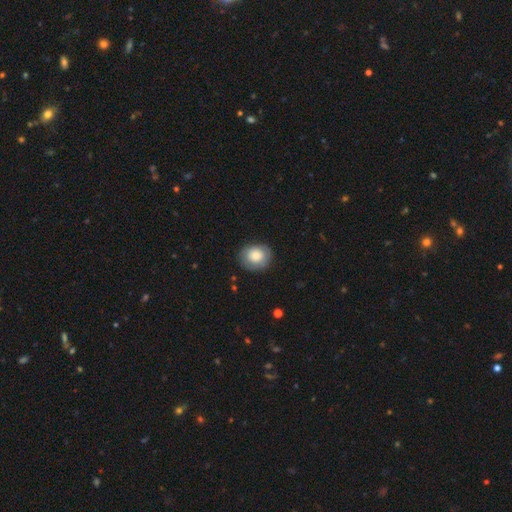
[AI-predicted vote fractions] Morphology: type=smooth (74%); roundness=round (67%); merging=none (81%).